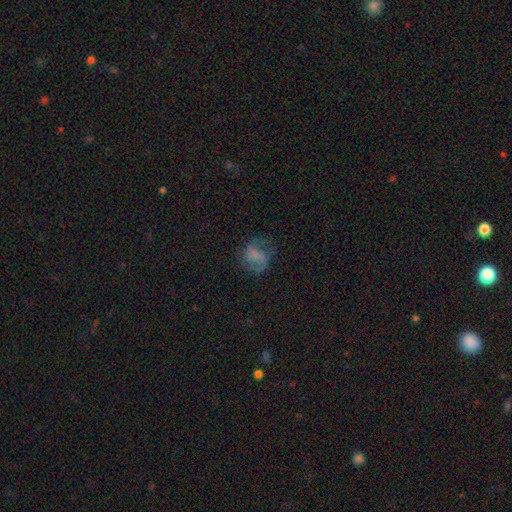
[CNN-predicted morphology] Smooth or featured: smooth — 44% (featured or disk — 41%)
Merging: none — 50% (major disturbance — 25%)